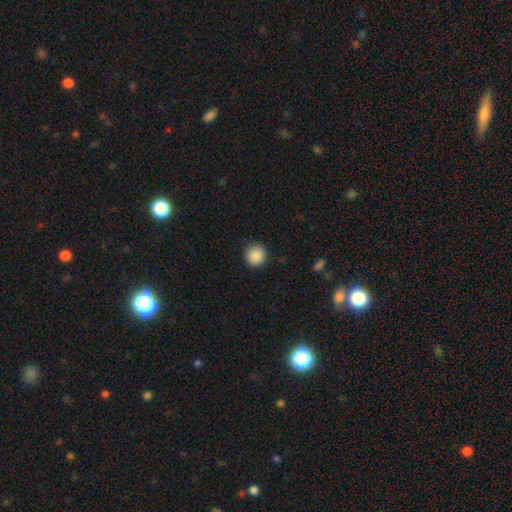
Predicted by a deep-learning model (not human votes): This is clearly a smooth galaxy (89%). How rounded: clearly round (92%). Merging: clearly none (89%).